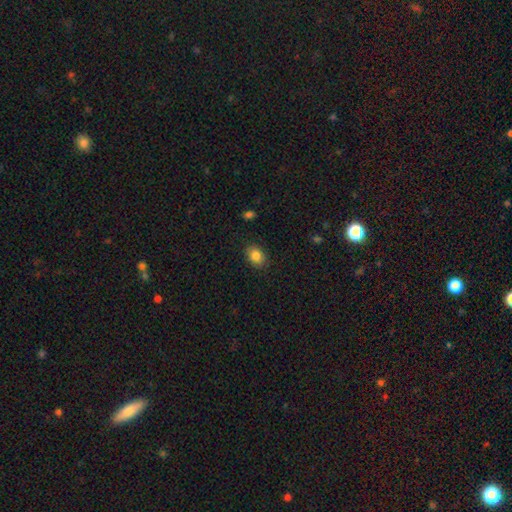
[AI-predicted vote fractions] This appears to be a smooth galaxy with no disk features (85%) that is in between round and cigar-shaped (66%). Merging: none (86%).